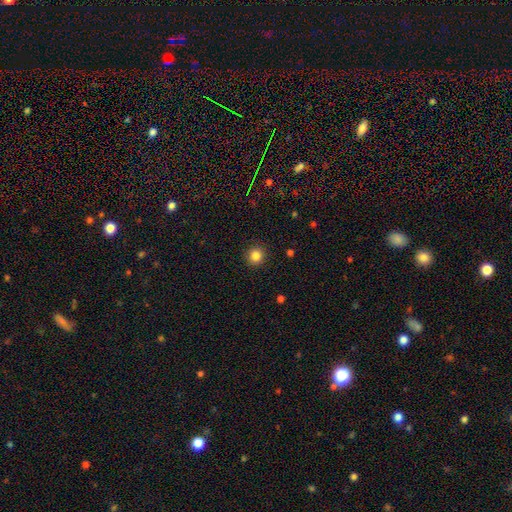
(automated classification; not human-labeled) Smooth or featured?
  - smooth: 85% *
  - star or artifact: 11%
  - featured or disk: 4%
How rounded?
  - round: 94% *
  - in between: 5%
  - cigar-shaped: 1%
Merging?
  - none: 91% *
  - minor disturbance: 6%
  - major disturbance: 2%
  - merger: 1%